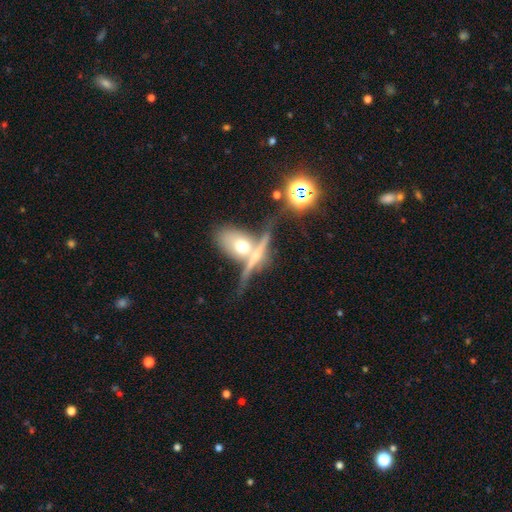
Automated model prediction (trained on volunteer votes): A featured or disk galaxy (52%) viewed edge-on (70%).

Vote fractions:
- Smooth or featured? featured or disk: 52% / smooth: 35% / star or artifact: 13%
- Edge-on disk? yes: 70% / no: 30%
- Merging? merger: 45% / none: 35% / minor disturbance: 12% / major disturbance: 9%